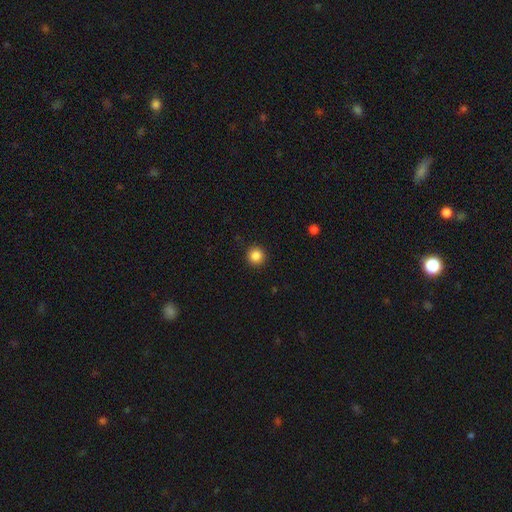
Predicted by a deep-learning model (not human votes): A smooth galaxy with no disk features (86%) that is round (95%). Merging: none (93%).